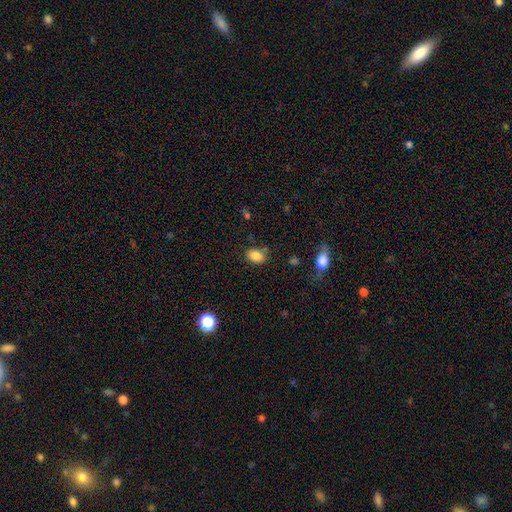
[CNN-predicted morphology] type=smooth (85%); roundness=in between (76%); merging=none (74%).